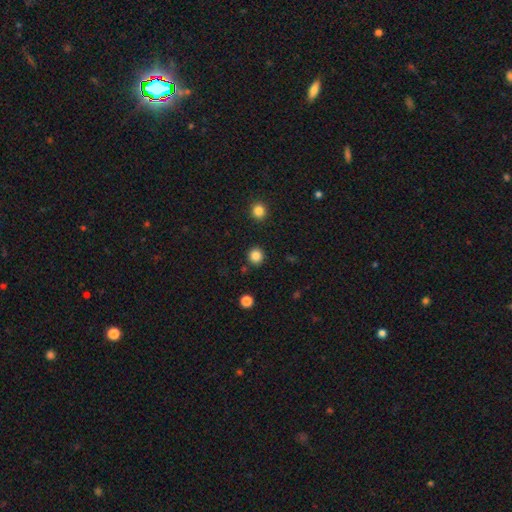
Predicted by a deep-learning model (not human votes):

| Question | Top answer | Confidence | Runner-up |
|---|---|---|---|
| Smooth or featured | smooth | 84% | star or artifact (12%) |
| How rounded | round | 93% | in between (6%) |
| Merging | none | 89% | minor disturbance (6%) |